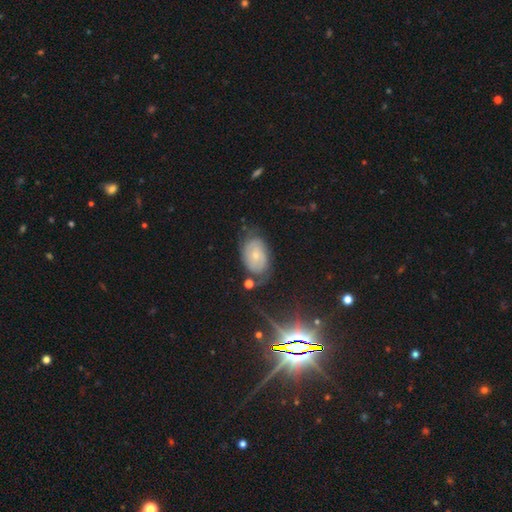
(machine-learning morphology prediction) Smooth or featured: featured or disk — 57% (smooth — 32%)
Edge-on disk: no — 94% (yes — 6%)
Bar: no — 76% (weak — 20%)
Spiral arms: yes — 76% (no — 24%)
Bulge size: small — 66% (moderate — 30%)
Merging: none — 64% (minor disturbance — 24%)